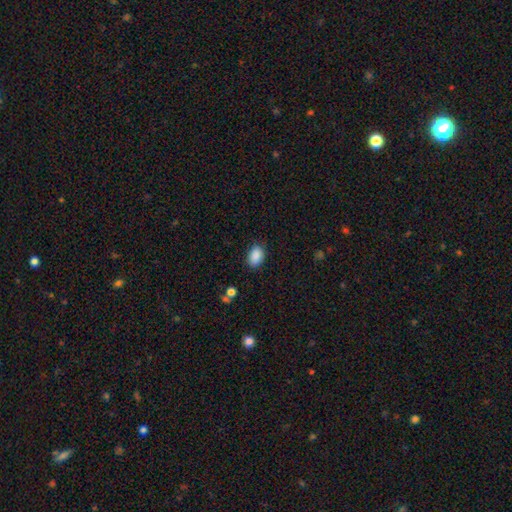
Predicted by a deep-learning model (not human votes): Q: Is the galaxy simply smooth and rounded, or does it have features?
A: smooth — 89%.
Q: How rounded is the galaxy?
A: in between — 87%.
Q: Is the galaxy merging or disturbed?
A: none — 85%.